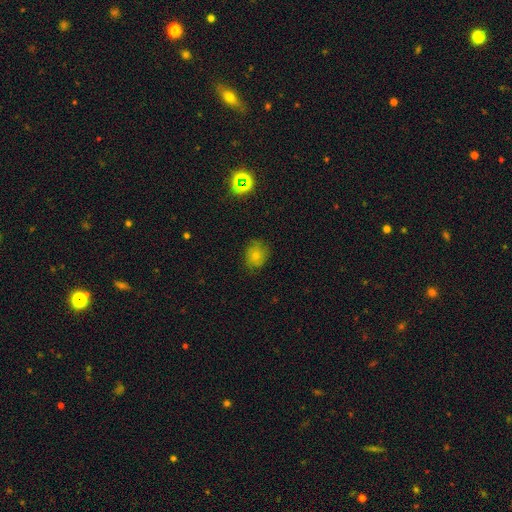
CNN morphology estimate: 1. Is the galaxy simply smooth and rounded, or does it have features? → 72% smooth, 15% featured or disk, 13% star or artifact.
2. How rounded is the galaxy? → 61% round, 38% in between, 1% cigar-shaped.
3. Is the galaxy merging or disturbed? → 76% none, 19% minor disturbance, 4% major disturbance, 1% merger.